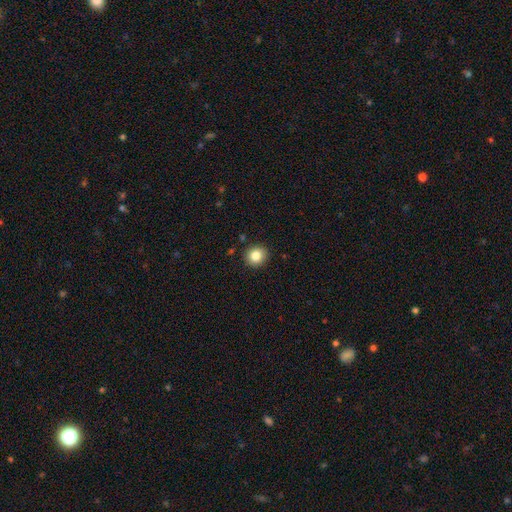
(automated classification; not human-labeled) A smooth galaxy with no disk features (84%) that is round (87%). Merging: none (90%).